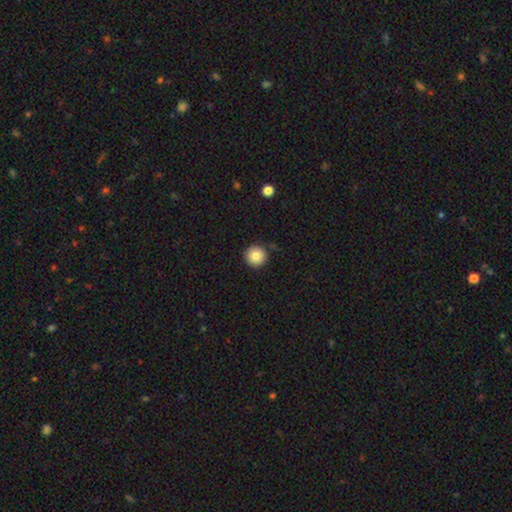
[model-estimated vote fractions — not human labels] Smooth or featured: smooth — 83% (star or artifact — 10%)
How rounded: round — 96% (in between — 3%)
Merging: none — 89% (minor disturbance — 7%)